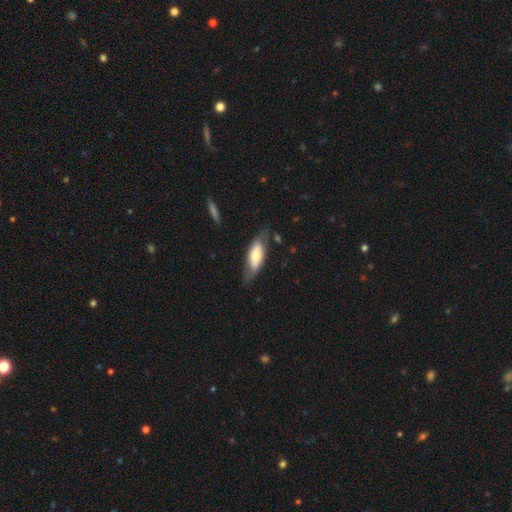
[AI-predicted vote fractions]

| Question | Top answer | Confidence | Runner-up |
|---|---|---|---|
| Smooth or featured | smooth | 58% | featured or disk (36%) |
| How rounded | in between | 70% | cigar-shaped (28%) |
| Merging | none | 69% | minor disturbance (22%) |